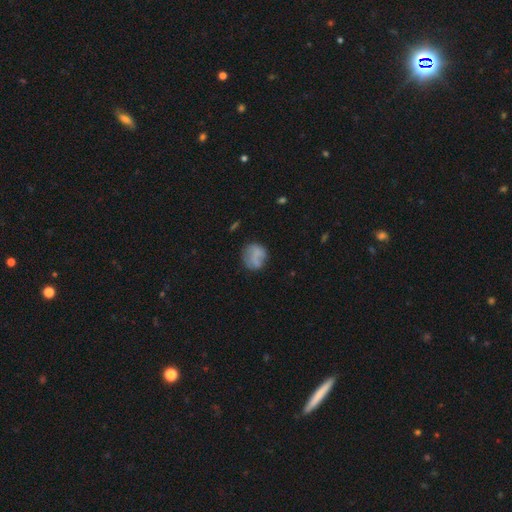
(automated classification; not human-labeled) This appears to be a smooth galaxy with no disk features (64%) that is round (79%). Merging: none (57%).